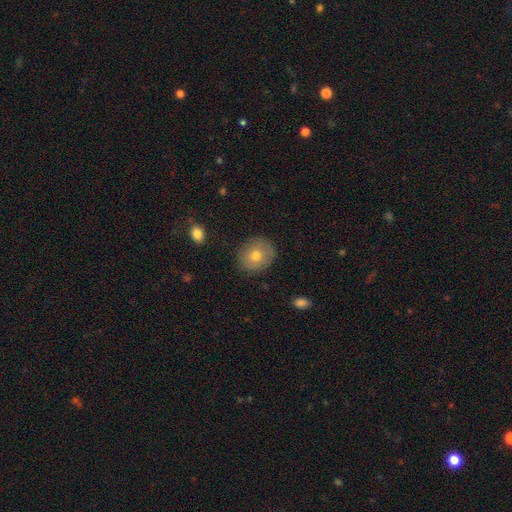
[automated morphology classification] This is likely a smooth galaxy (72%). How rounded: likely round (75%). Merging: clearly none (85%).